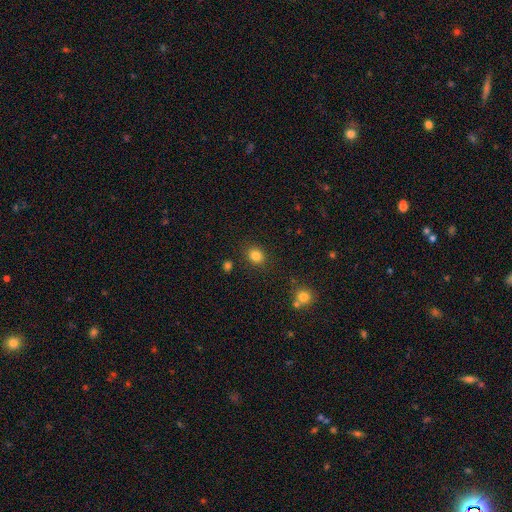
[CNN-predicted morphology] A smooth galaxy with no disk features (83%) that is round (58%).

Vote fractions:
- Smooth or featured? smooth: 83% / star or artifact: 12% / featured or disk: 5%
- How rounded? round: 58% / in between: 41% / cigar-shaped: 1%
- Merging? none: 86% / minor disturbance: 9% / major disturbance: 3% / merger: 3%